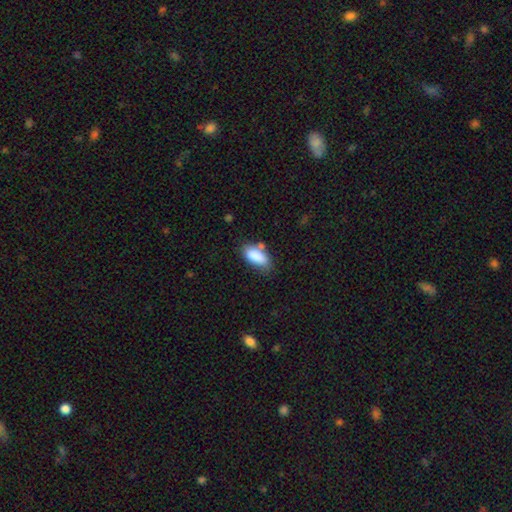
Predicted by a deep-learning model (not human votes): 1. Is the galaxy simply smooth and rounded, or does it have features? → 87% smooth, 7% star or artifact, 6% featured or disk.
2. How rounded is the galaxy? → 89% in between, 8% cigar-shaped, 3% round.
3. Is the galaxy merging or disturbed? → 62% none, 22% minor disturbance, 10% merger, 6% major disturbance.